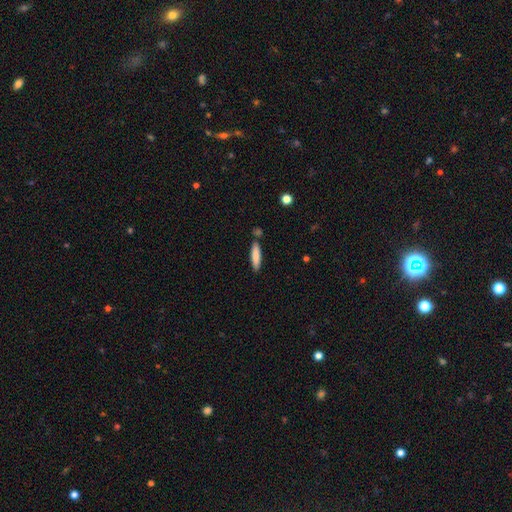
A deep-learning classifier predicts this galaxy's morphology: smooth-or-featured: smooth: 83% | featured or disk: 11% | star or artifact: 6%
  how-rounded: cigar-shaped: 79% | in between: 20% | round: 1%
  merging: none: 81% | minor disturbance: 11% | merger: 6% | major disturbance: 2%